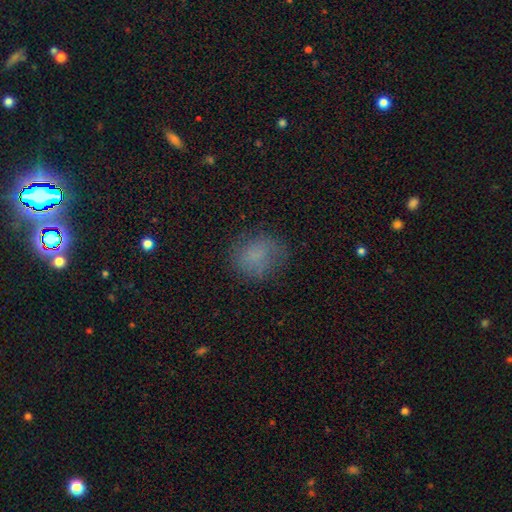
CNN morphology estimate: This is likely a smooth galaxy (71%). How rounded: likely round (65%). Merging: likely none (66%).